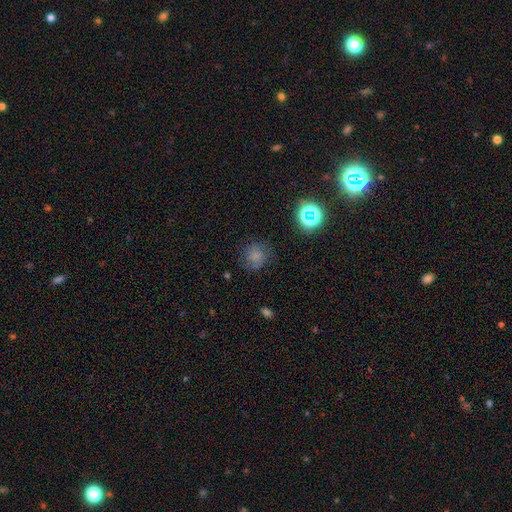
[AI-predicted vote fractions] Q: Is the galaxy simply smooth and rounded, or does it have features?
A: smooth — 72%.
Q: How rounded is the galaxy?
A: round — 86%.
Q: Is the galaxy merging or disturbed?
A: none — 76%.